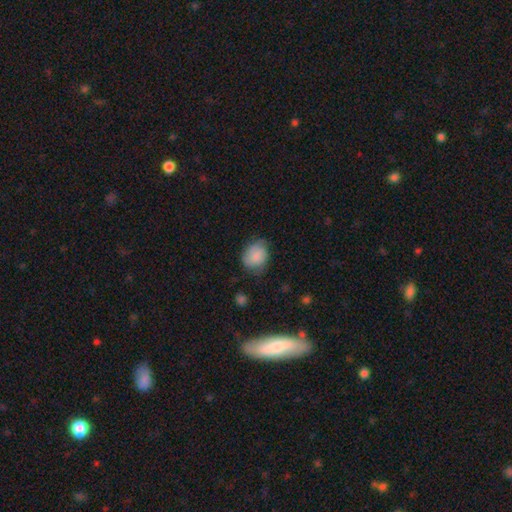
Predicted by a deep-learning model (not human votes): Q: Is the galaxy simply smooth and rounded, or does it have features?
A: smooth — 81%.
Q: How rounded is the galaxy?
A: round — 52%.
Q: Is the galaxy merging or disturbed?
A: none — 61%.